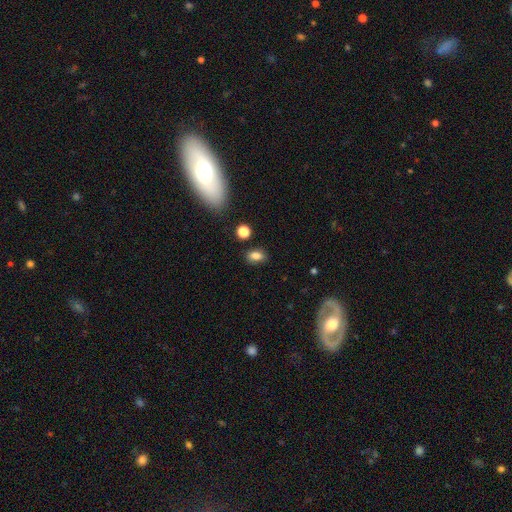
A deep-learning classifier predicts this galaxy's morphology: This is clearly a smooth galaxy (82%). How rounded: clearly in between (82%). Merging: clearly none (81%).